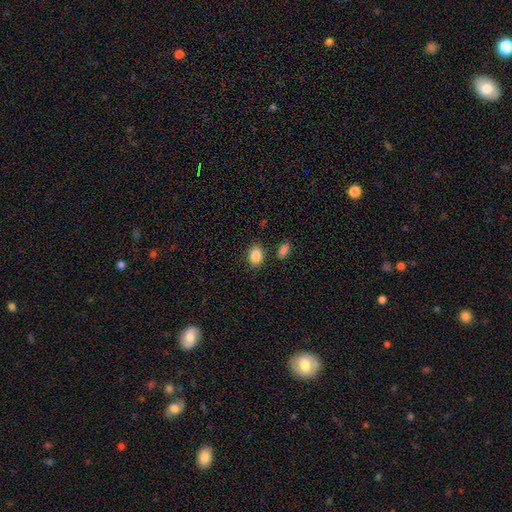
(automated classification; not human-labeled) Q: Smooth or featured?
A: smooth (85%); runner-up: star or artifact (9%)
Q: How rounded?
A: in between (62%); runner-up: round (37%)
Q: Merging?
A: none (74%); runner-up: minor disturbance (15%)